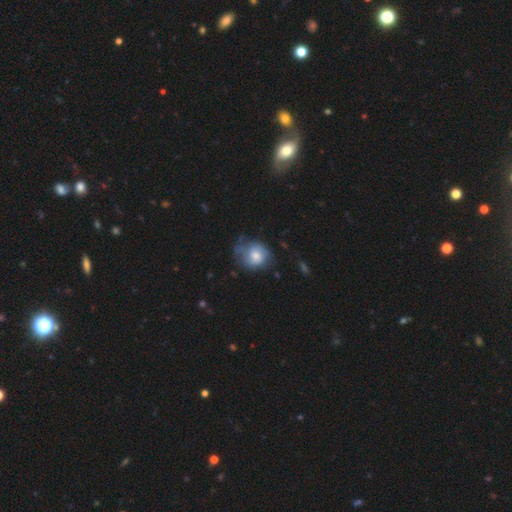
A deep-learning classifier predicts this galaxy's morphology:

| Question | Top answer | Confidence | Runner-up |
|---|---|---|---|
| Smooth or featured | smooth | 65% | featured or disk (28%) |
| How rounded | round | 68% | in between (31%) |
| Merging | none | 45% | minor disturbance (33%) |